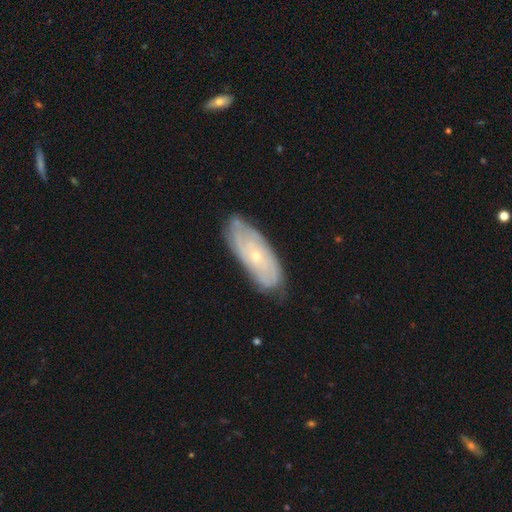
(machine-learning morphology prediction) A featured or disk galaxy (66%) with no bar (83%), spiral arms (77%) and a small central bulge (77%). Merging: none (76%).